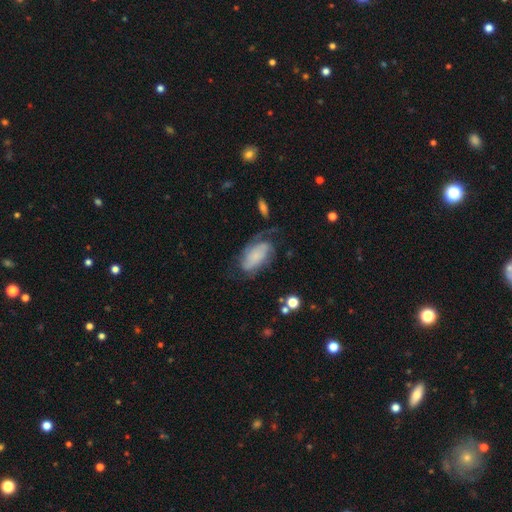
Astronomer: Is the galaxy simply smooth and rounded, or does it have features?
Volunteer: featured or disk — 79%.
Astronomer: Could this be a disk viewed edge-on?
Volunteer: no — 93%.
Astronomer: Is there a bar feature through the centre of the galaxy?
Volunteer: no — 61%.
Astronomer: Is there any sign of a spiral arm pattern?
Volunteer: yes — 86%.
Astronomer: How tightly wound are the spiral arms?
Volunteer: medium — 46% (runner-up: loose, 33%).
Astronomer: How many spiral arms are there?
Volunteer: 2 — 67%.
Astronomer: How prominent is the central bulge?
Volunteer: none — 54% (runner-up: small, 36%).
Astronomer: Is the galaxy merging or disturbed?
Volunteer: major disturbance — 41% (runner-up: none, 35%).